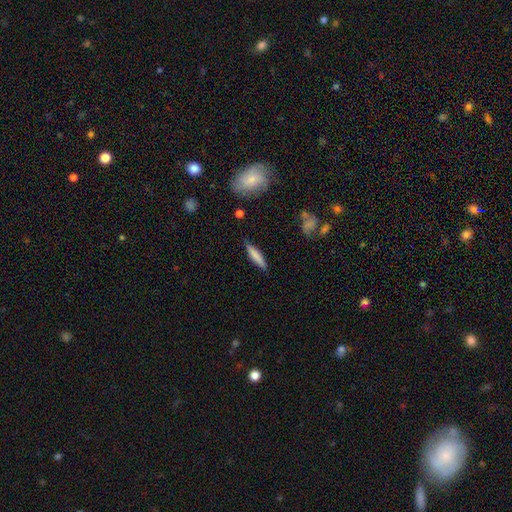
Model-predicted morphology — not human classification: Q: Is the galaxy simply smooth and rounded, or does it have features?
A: smooth — 77%.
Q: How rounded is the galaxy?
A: cigar-shaped — 83%.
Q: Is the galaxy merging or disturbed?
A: none — 84%.